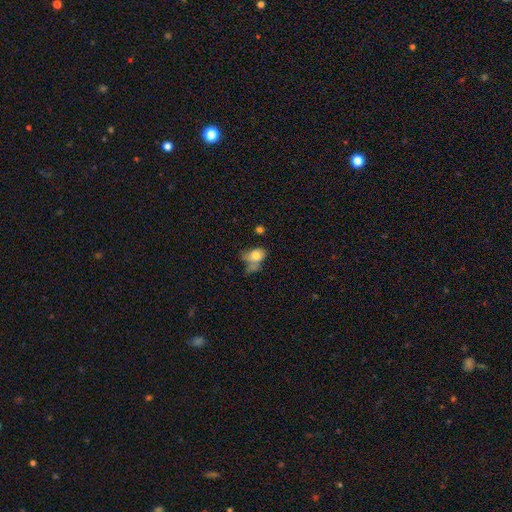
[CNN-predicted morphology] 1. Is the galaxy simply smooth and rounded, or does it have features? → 70% smooth, 19% featured or disk, 11% star or artifact.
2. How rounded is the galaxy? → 73% in between, 25% round, 2% cigar-shaped.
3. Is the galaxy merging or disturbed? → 28% none, 26% major disturbance, 24% minor disturbance, 22% merger.